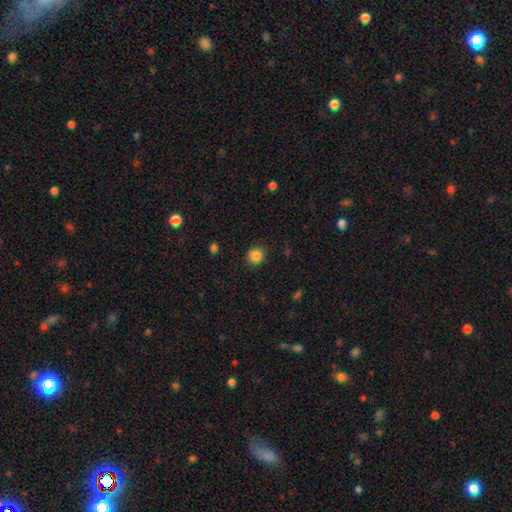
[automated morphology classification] type=smooth (86%); roundness=round (83%); merging=none (86%).